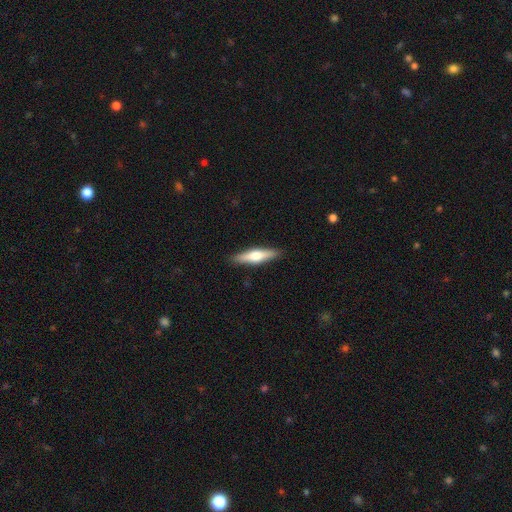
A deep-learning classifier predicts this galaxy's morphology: Smooth or featured: smooth — 47% (tied with featured or disk — 47%)
Merging: none — 90% (minor disturbance — 7%)